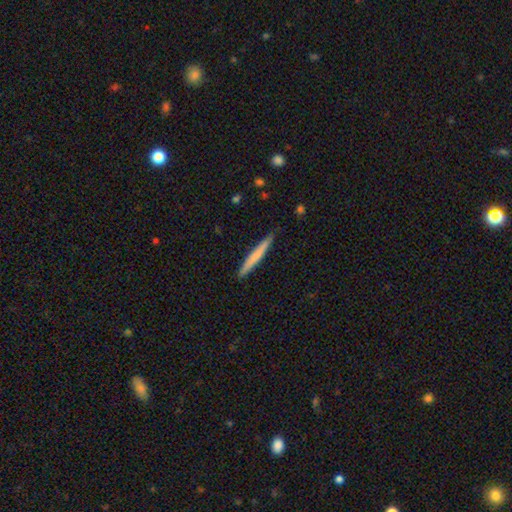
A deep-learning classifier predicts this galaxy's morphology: A smooth galaxy with no disk features (66%) that is cigar-shaped (96%).

Vote fractions:
- Smooth or featured? smooth: 66% / featured or disk: 28% / star or artifact: 5%
- How rounded? cigar-shaped: 96% / in between: 2% / round: 1%
- Merging? none: 90% / minor disturbance: 8% / major disturbance: 1% / merger: 1%